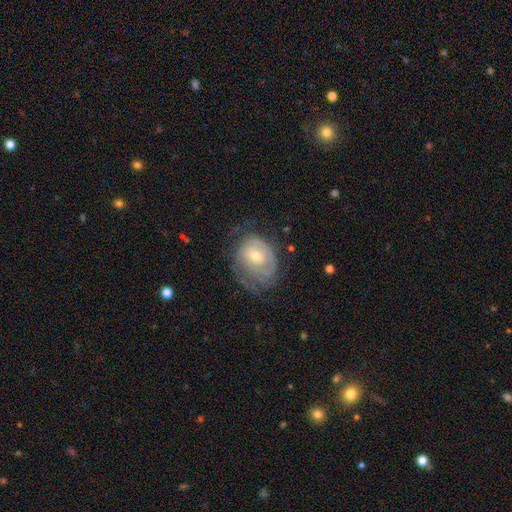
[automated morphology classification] Overall: featured or disk (68%). Edge-on disk: no (96%). Bar: no (65%; weak 30%). Spiral arms: yes (76%). Bulge size: small (48%; moderate 47%). Merging: none (48%; minor disturbance 27%).